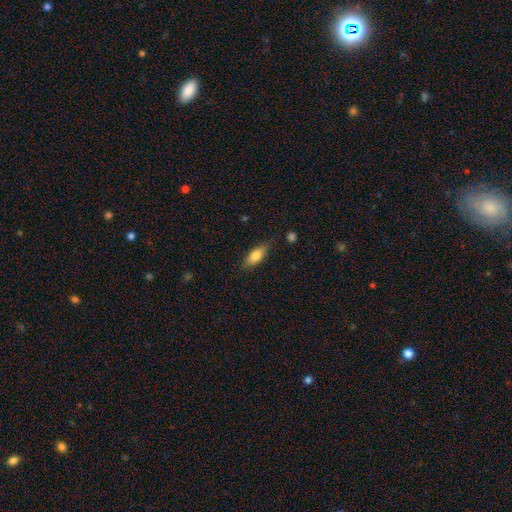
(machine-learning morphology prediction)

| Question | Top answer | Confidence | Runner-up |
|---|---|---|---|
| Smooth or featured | smooth | 76% | featured or disk (16%) |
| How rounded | in between | 75% | cigar-shaped (21%) |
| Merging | none | 78% | minor disturbance (16%) |